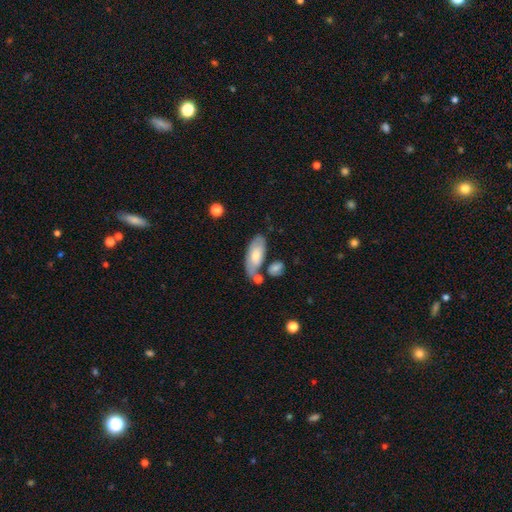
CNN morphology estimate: Smooth or featured?
  - smooth: 59% *
  - featured or disk: 36%
  - star or artifact: 6%
How rounded?
  - in between: 84% *
  - cigar-shaped: 14%
  - round: 2%
Merging?
  - none: 54% *
  - minor disturbance: 21%
  - merger: 18%
  - major disturbance: 7%